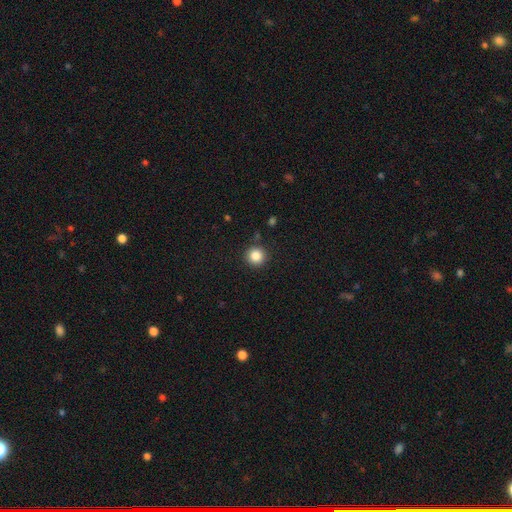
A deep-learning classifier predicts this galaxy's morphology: smooth-or-featured: smooth: 86% | star or artifact: 10% | featured or disk: 4%
  how-rounded: round: 95% | in between: 4% | cigar-shaped: 1%
  merging: none: 90% | minor disturbance: 6% | major disturbance: 2% | merger: 2%